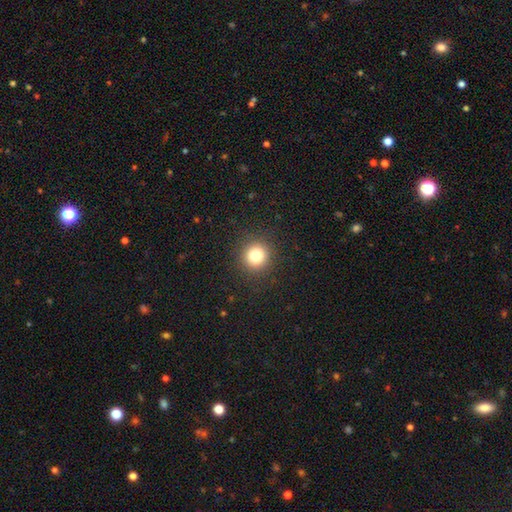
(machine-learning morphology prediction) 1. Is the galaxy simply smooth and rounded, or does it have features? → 81% smooth, 13% star or artifact, 6% featured or disk.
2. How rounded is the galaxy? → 93% round, 6% in between, 1% cigar-shaped.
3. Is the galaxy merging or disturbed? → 91% none, 5% minor disturbance, 2% major disturbance, 1% merger.